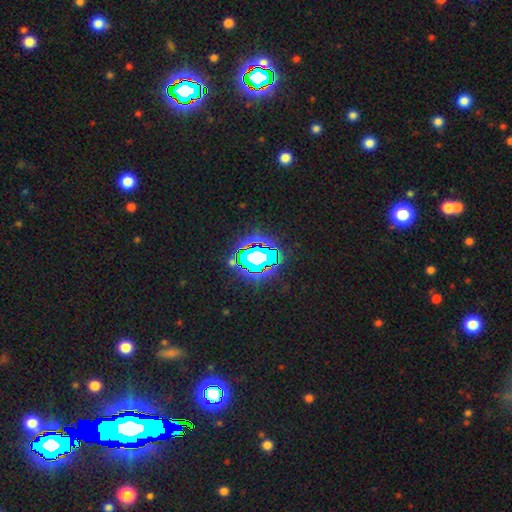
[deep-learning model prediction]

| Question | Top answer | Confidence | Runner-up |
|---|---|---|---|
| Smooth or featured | star or artifact | 64% | smooth (20%) |